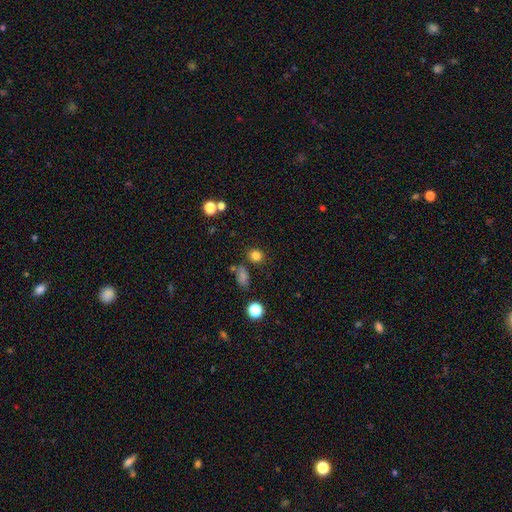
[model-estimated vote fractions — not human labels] A smooth galaxy with no disk features (81%) that is round (72%). Merging: none (80%).